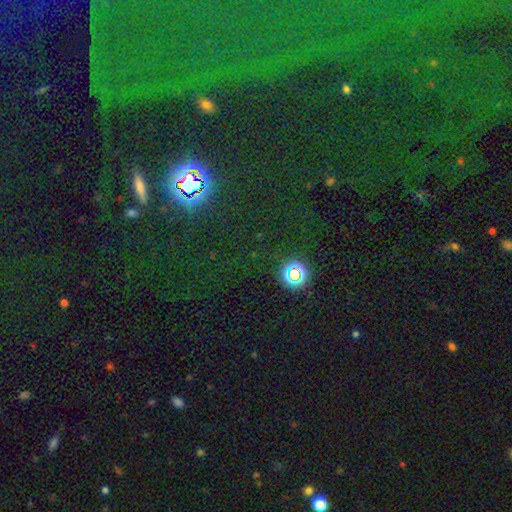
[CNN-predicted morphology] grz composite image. It shows a star or artifact, not a galaxy (67%).